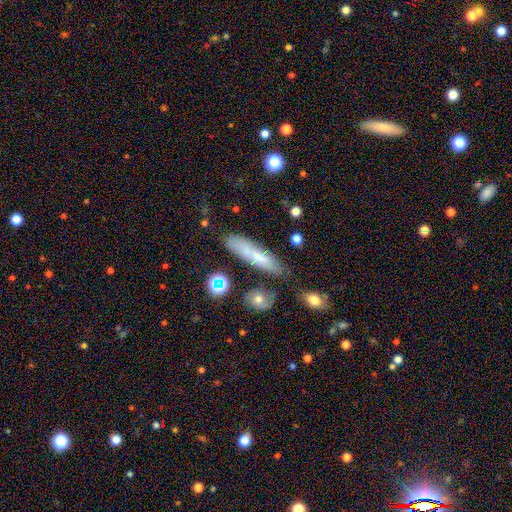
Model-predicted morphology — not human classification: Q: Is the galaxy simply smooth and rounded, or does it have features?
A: smooth — 61%.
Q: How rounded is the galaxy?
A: cigar-shaped — 76%.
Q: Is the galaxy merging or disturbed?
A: none — 67%.